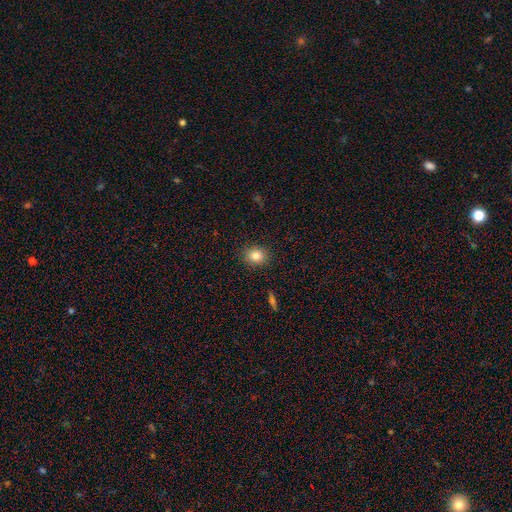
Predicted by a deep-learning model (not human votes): smooth_or_featured: smooth (p=0.83) [alt: star or artifact p=0.10]
how_rounded: round (p=0.66) [alt: in between p=0.33]
merging: none (p=0.89) [alt: minor disturbance p=0.08]